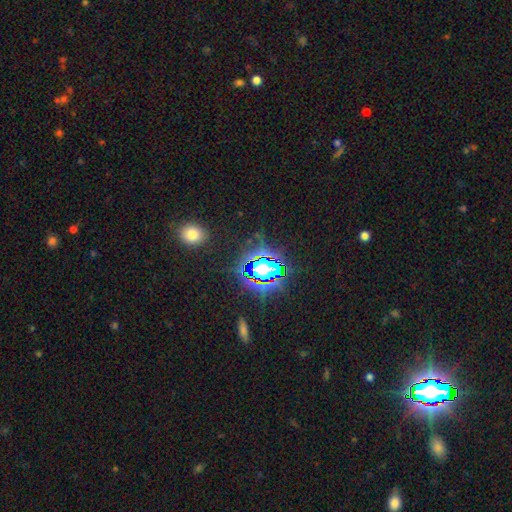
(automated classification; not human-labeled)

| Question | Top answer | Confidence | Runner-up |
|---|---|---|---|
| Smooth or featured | star or artifact | 81% | smooth (12%) |